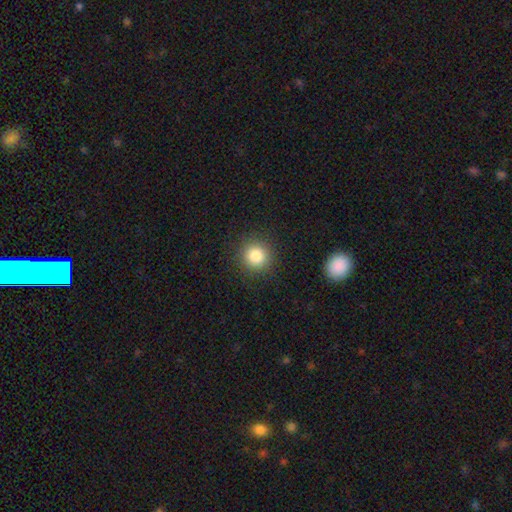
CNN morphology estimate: Smooth or featured: smooth — 84% (star or artifact — 11%)
How rounded: round — 93% (in between — 6%)
Merging: none — 90% (minor disturbance — 6%)